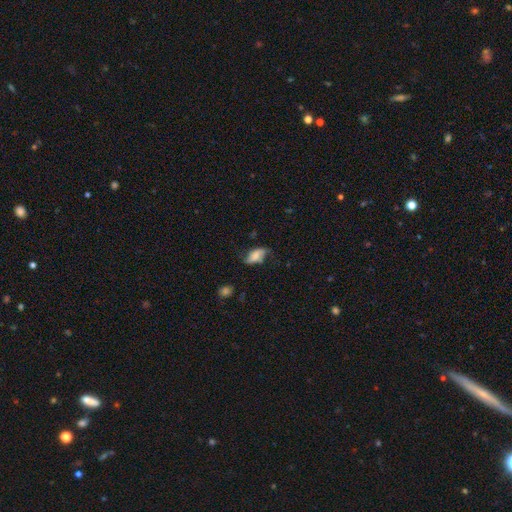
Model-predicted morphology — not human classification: A smooth galaxy with no disk features (61%) that is in between round and cigar-shaped (89%).

Vote fractions:
- Smooth or featured? smooth: 61% / featured or disk: 31% / star or artifact: 9%
- How rounded? in between: 89% / cigar-shaped: 6% / round: 5%
- Merging? none: 53% / minor disturbance: 32% / major disturbance: 13% / merger: 3%